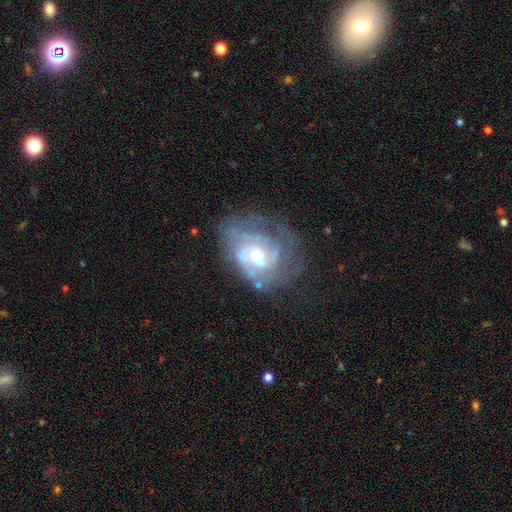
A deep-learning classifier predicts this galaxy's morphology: This is clearly a featured or disk galaxy (81%). It is clearly not viewed edge-on (98%). Bar: likely no (67%). Spiral arm pattern: clearly yes (88%). Spiral arm count: marginally can't tell (37%). Spiral winding: possibly tight (52%). Central bulge: possibly moderate (47%). Merging: possibly none (54%).